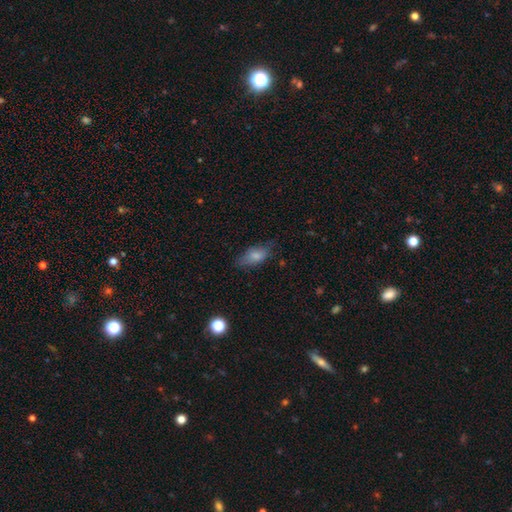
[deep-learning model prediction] Smooth or featured? Predicted: smooth (p=0.76). How rounded? Predicted: in between (p=0.86). Merging? Predicted: none (p=0.67).